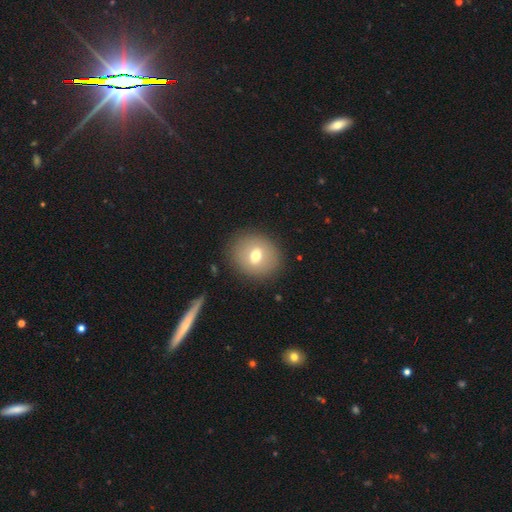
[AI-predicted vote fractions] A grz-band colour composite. It shows a smooth galaxy with no disk features (65%) that is round (77%). Merging: none (87%).